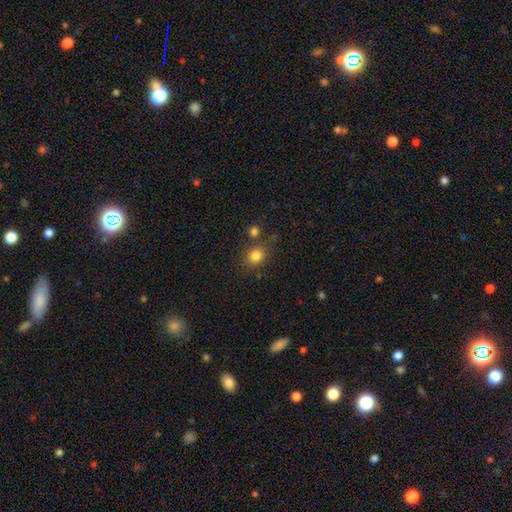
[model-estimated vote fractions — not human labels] Smooth or featured: smooth — 83% (star or artifact — 12%)
How rounded: round — 70% (in between — 29%)
Merging: none — 72% (minor disturbance — 12%)